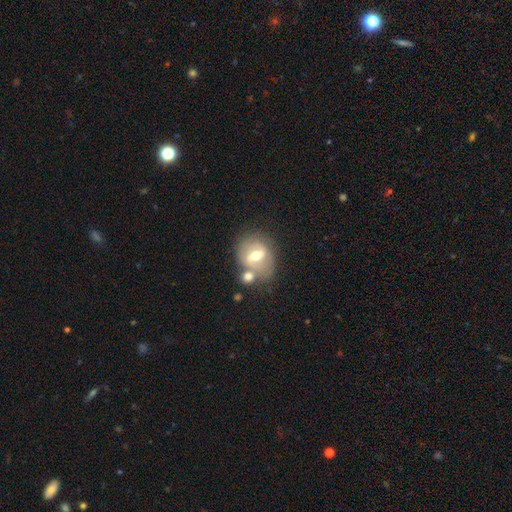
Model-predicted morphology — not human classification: This appears to be a featured or disk galaxy (57%) with a weak bar (42%), no spiral arms (64%) and a moderate central bulge (74%). Merging: none (51%).